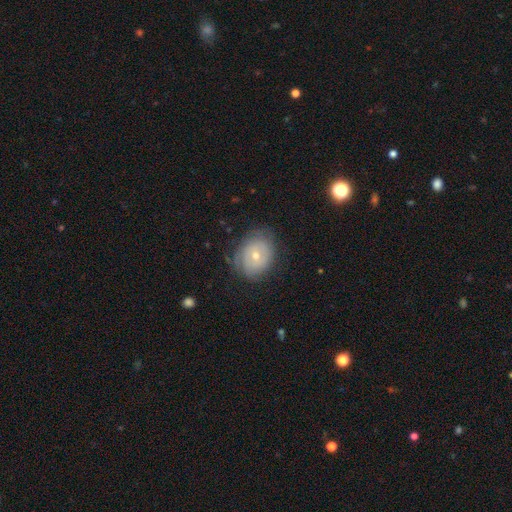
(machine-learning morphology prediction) The model was most divided on "smooth or featured": featured or disk: 51%, smooth: 40%, star or artifact: 8%. More confident: edge-on disk — no (95%); merging — none (70%).